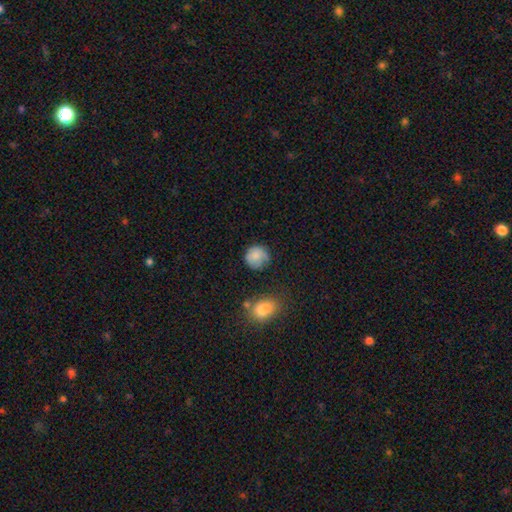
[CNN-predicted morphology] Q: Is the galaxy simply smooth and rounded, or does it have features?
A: smooth — 76%.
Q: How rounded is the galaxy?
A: round — 84%.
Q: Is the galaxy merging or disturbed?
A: none — 60%.